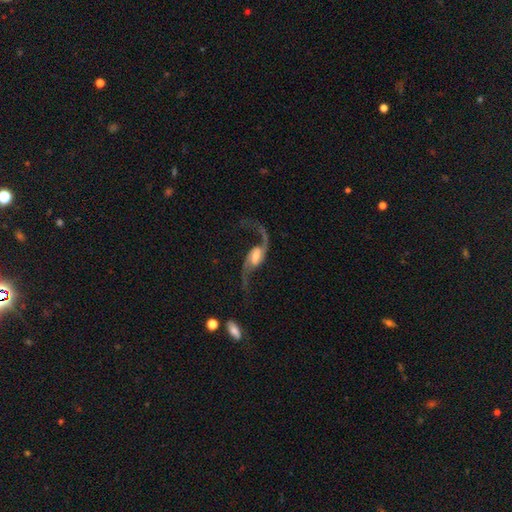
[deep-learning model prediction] featured or disk 90%, smooth 5%, star or artifact 5%. Down the decision tree: edge-on disk — no (96%); bar — weak (47%); spiral arms — yes (97%); spiral arm count — 2 (93%); spiral winding — loose (89%); bulge size — moderate (48%); merging — none (68%).